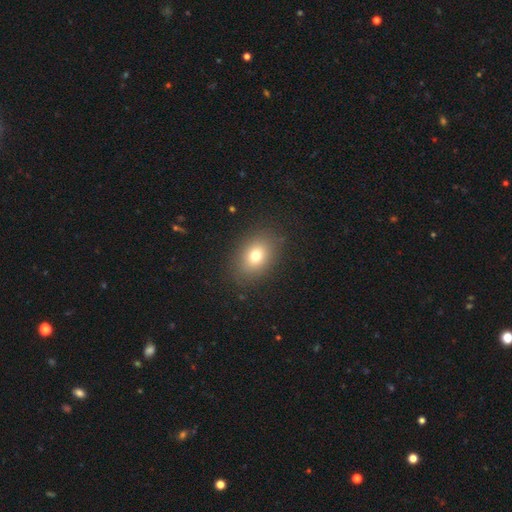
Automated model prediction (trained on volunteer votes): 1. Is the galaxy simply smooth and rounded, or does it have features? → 75% smooth, 13% star or artifact, 12% featured or disk.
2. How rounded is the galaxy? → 69% in between, 29% round, 1% cigar-shaped.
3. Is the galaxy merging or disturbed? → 86% none, 9% minor disturbance, 4% major disturbance, 1% merger.